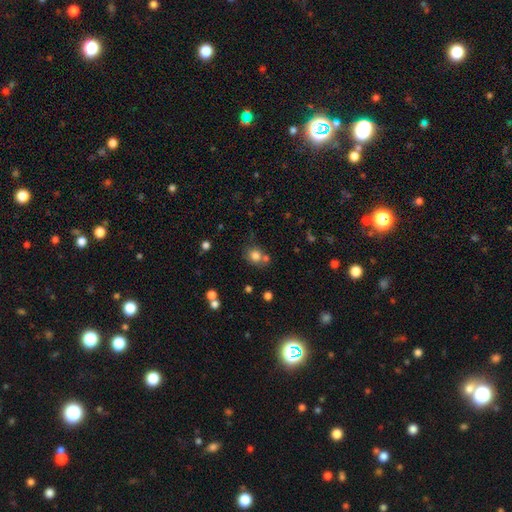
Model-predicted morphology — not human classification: This appears to be a smooth galaxy with no disk features (79%) that is round (75%). Merging: none (61%).